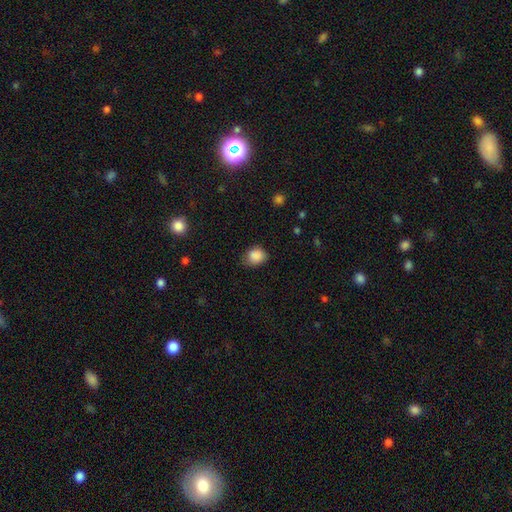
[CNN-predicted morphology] Smooth or featured: smooth — 87% (star or artifact — 9%)
How rounded: round — 59% (in between — 40%)
Merging: none — 67% (minor disturbance — 26%)